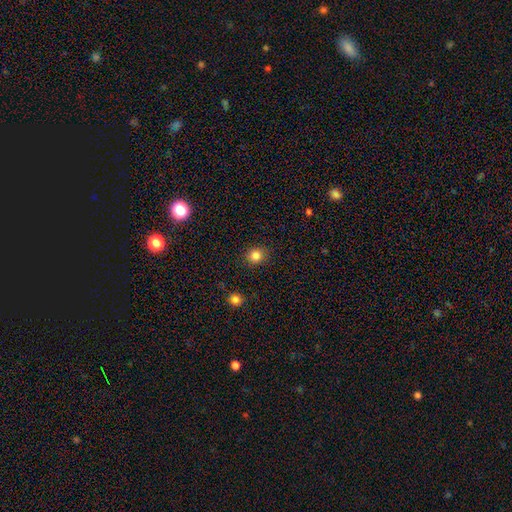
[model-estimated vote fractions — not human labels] A smooth galaxy with no disk features (84%) that is round (81%). Merging: none (89%).